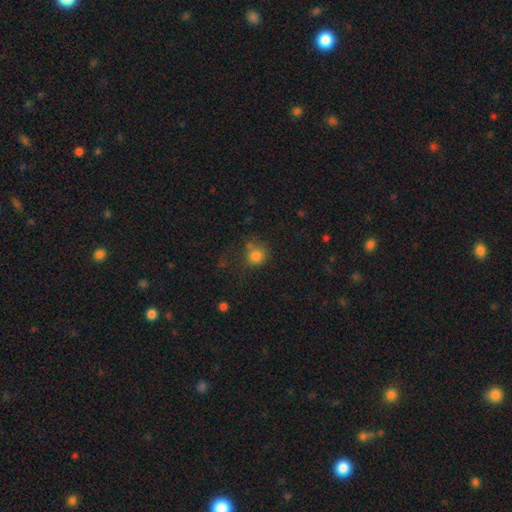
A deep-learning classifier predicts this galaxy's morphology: A smooth galaxy with no disk features (81%) that is round (84%). Merging: none (60%).